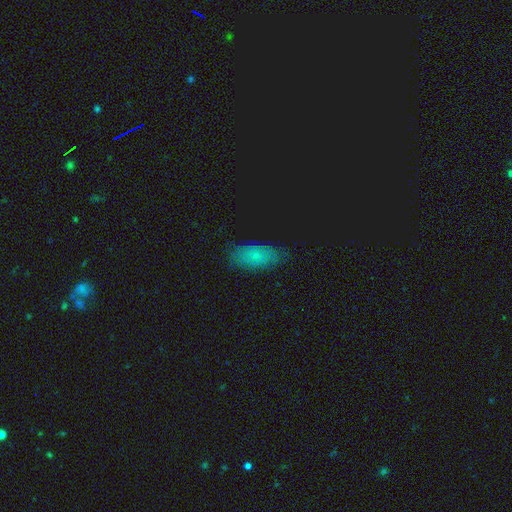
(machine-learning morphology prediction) smooth-or-featured: smooth: 63% | star or artifact: 19% | featured or disk: 18%
  how-rounded: in between: 87% | cigar-shaped: 8% | round: 4%
  merging: none: 80% | minor disturbance: 16% | major disturbance: 3% | merger: 1%